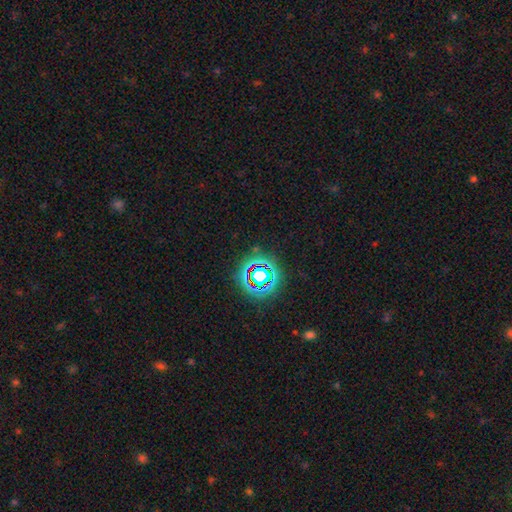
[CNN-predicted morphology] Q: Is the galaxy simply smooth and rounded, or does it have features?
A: star or artifact — 65%.